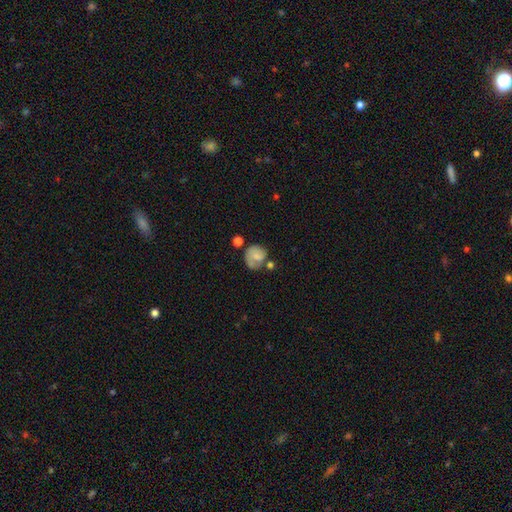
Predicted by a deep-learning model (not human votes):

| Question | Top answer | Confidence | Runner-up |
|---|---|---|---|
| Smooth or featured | smooth | 61% | featured or disk (30%) |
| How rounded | round | 74% | in between (25%) |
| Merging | none | 46% | minor disturbance (26%) |